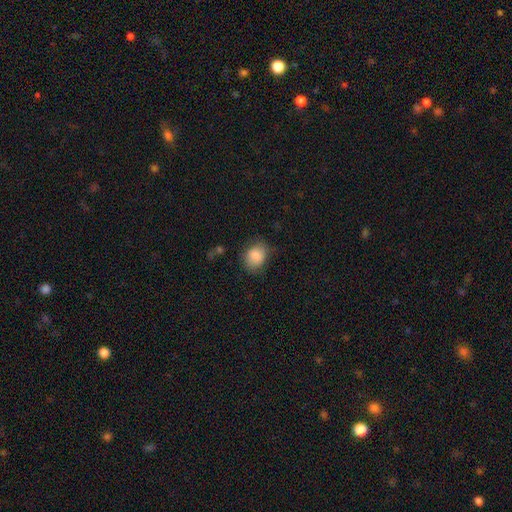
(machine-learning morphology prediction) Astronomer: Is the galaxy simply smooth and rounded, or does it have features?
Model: smooth — 85%.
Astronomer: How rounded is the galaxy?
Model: in between — 50% (runner-up: round, 49%).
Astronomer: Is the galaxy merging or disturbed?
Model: none — 70%.